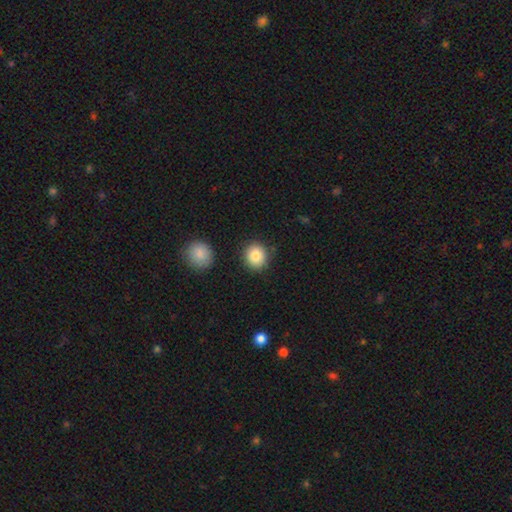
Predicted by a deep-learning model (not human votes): Smooth or featured? Predicted: smooth (p=0.85). How rounded? Predicted: round (p=0.78). Merging? Predicted: none (p=0.86).